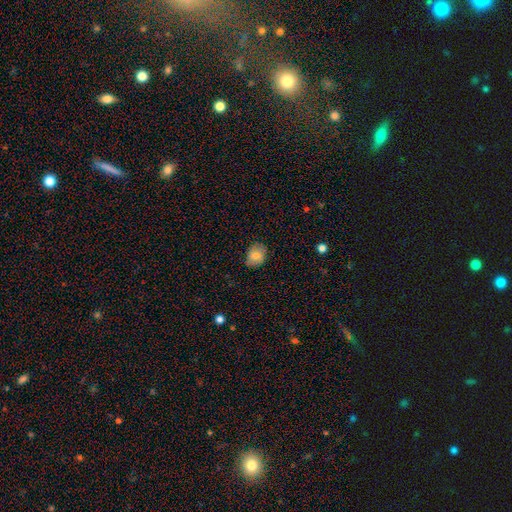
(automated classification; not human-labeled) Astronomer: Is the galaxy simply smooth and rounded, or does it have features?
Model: smooth — 78%.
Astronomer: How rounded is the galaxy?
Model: in between — 56% (runner-up: round, 43%).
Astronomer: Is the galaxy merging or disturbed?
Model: none — 75%.